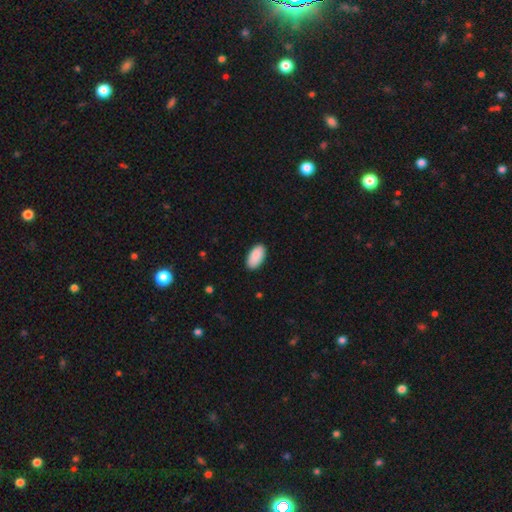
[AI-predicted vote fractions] Overall: smooth (91%). How rounded: in between (96%). Merging: none (88%).